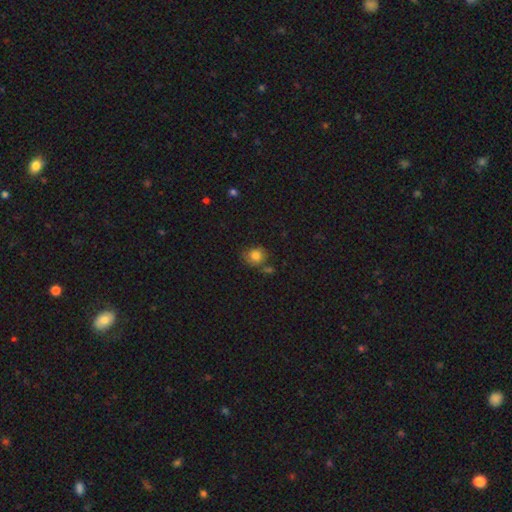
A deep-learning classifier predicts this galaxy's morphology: Overall: smooth (81%). How rounded: round (73%). Merging: none (66%).